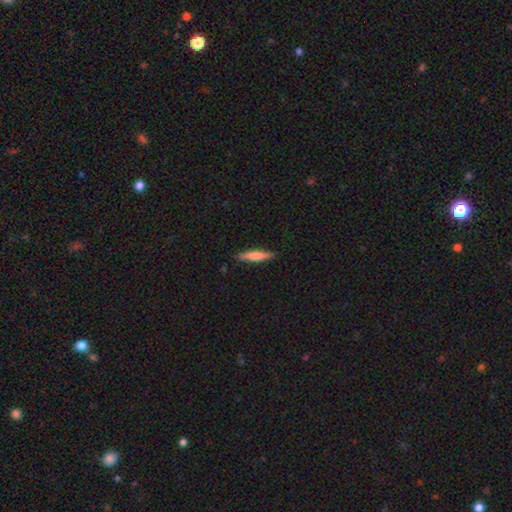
Smooth or featured: smooth — 74% (featured or disk — 26%)
How rounded: cigar-shaped — 90% (in between — 7%)
Merging: none — 90% (minor disturbance — 8%)